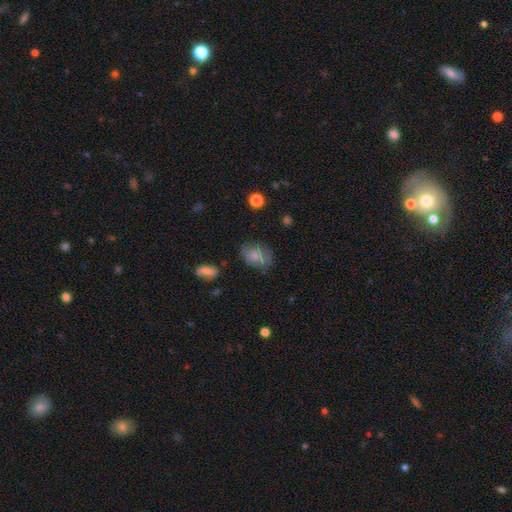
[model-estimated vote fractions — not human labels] Overall: smooth (70%). How rounded: in between (65%; round 34%). Merging: none (63%; minor disturbance 25%).